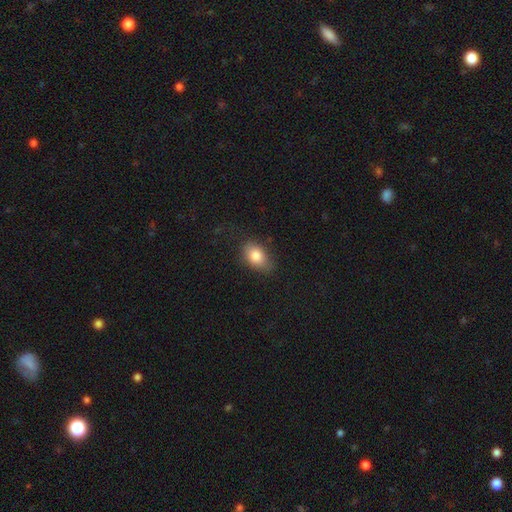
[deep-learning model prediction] Morphology: type=smooth (82%); roundness=in between (84%); merging=none (74%).